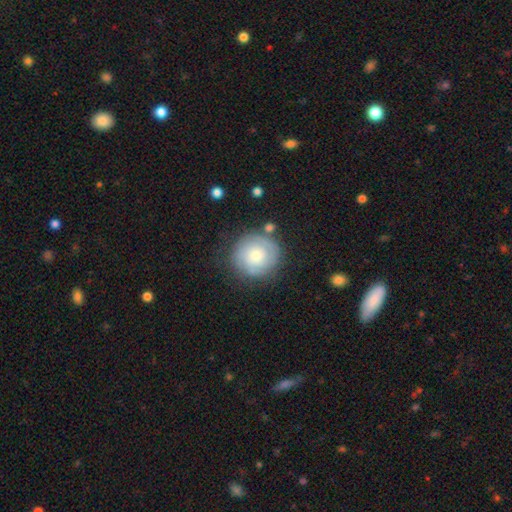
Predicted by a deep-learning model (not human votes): Q: Smooth or featured?
A: smooth (47%); runner-up: featured or disk (46%)
Q: Merging?
A: none (73%); runner-up: minor disturbance (16%)